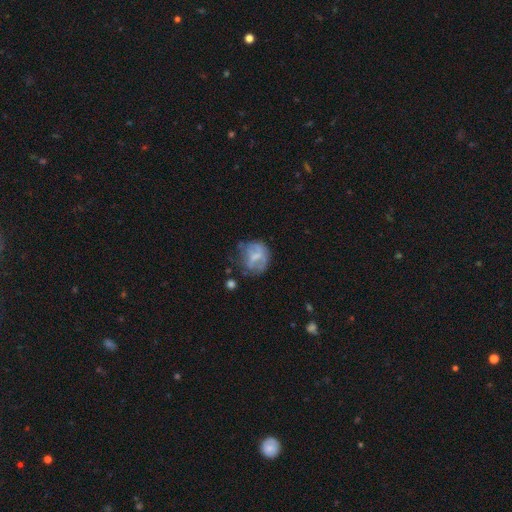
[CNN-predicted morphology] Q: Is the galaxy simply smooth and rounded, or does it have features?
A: featured or disk — 49%.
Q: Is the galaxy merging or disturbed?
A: none — 46%.